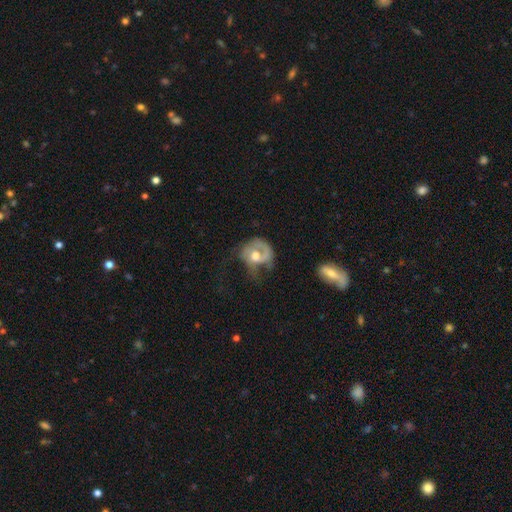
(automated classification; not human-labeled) Smooth or featured?
  - featured or disk: 61% *
  - smooth: 32%
  - star or artifact: 7%
Edge-on disk?
  - no: 97% *
  - yes: 3%
Bar?
  - no: 74% *
  - weak: 21%
  - strong: 4%
Spiral arms?
  - yes: 68% *
  - no: 32%
Bulge size?
  - moderate: 61% *
  - large: 24%
  - small: 10%
  - none: 3%
  - dominant: 2%
Merging?
  - major disturbance: 45% *
  - none: 29%
  - minor disturbance: 21%
  - merger: 4%